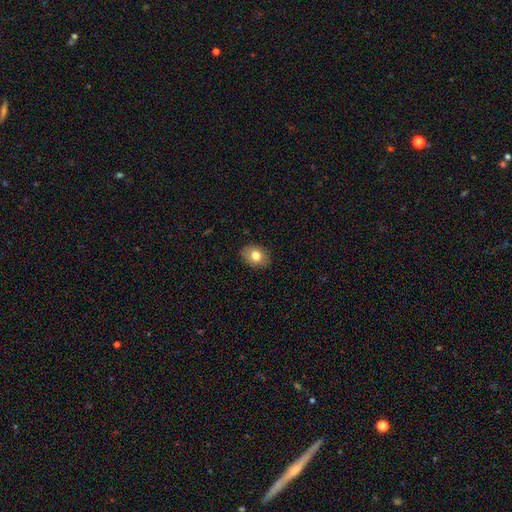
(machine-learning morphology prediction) Smooth or featured: smooth — 78% (featured or disk — 14%)
How rounded: in between — 65% (round — 34%)
Merging: none — 87% (minor disturbance — 10%)